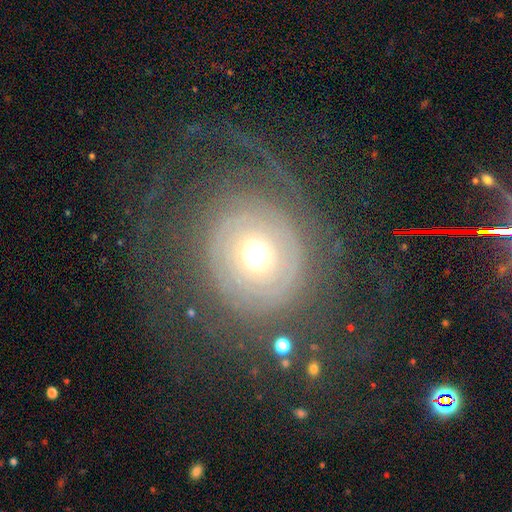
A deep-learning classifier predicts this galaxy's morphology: type=featured or disk (77%); edge-on=no (96%); bar=no (82%); spiral arms=yes (81%); winding=tight (67%); arm count=can't tell (37%); bulge=moderate (64%); merging=none (62%).